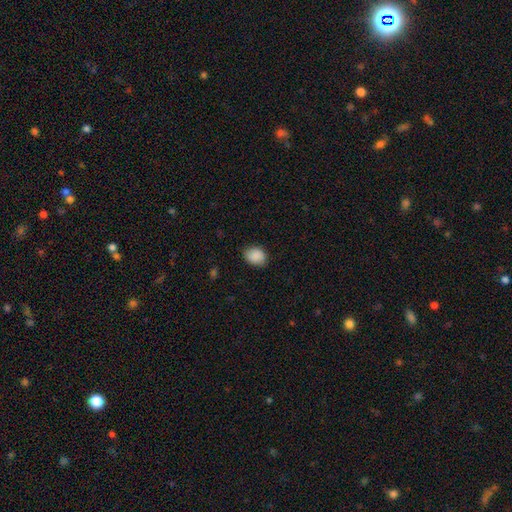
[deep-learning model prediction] Smooth or featured: smooth — 89% (star or artifact — 7%)
How rounded: in between — 57% (round — 42%)
Merging: none — 80% (minor disturbance — 16%)